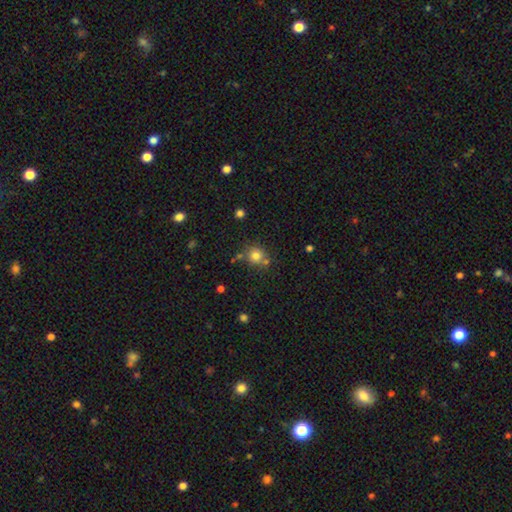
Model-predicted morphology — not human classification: The model was most divided on "merging": none: 69%, merger: 16%, minor disturbance: 12%, major disturbance: 4%. More confident: how rounded — round (88%); smooth or featured — smooth (78%).